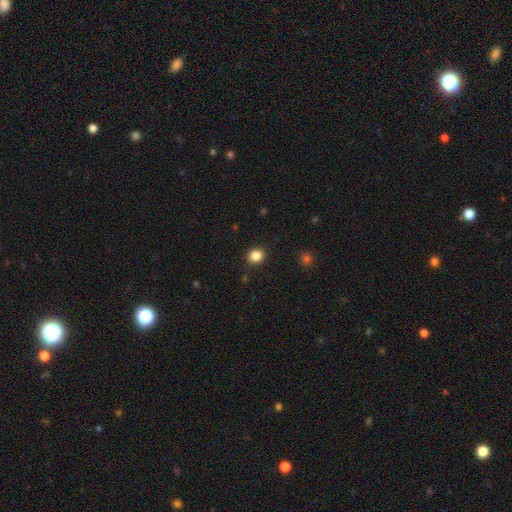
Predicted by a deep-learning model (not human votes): Smooth or featured? smooth (85%)
How rounded? round (72%)
Merging? none (88%)